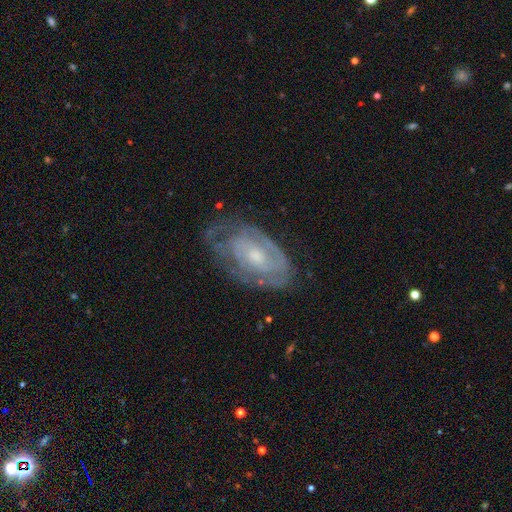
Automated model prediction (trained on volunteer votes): smooth_or_featured: featured or disk (p=0.78) [alt: smooth p=0.16]
disk_edge_on: no (p=0.94) [alt: yes p=0.06]
bar: no (p=0.69) [alt: weak p=0.26]
has_spiral_arms: yes (p=0.79) [alt: no p=0.21]
spiral_winding: tight (p=0.64) [alt: medium p=0.28]
spiral_arm_count: can't tell (p=0.50) [alt: 2 p=0.29]
bulge_size: moderate (p=0.46) [tied with: small p=0.46]
merging: none (p=0.60) [alt: minor disturbance p=0.25]